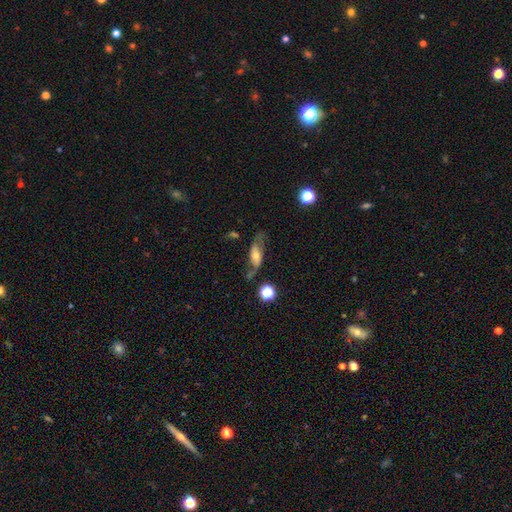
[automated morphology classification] A featured or disk galaxy (55%). Merging: none (48%).